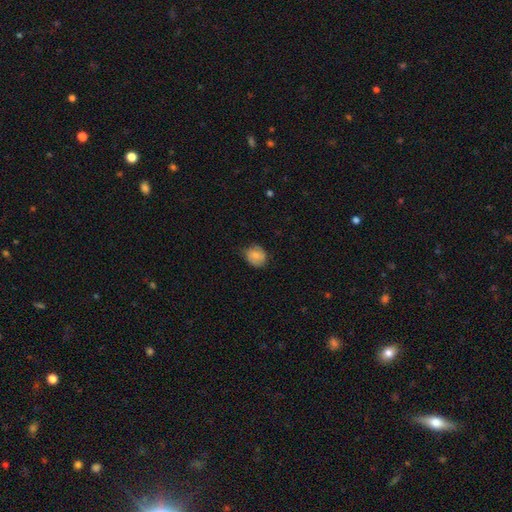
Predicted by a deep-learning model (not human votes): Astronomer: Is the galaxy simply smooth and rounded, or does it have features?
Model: smooth — 74%.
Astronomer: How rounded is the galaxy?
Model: round — 63%.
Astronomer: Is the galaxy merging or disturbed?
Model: none — 68%.